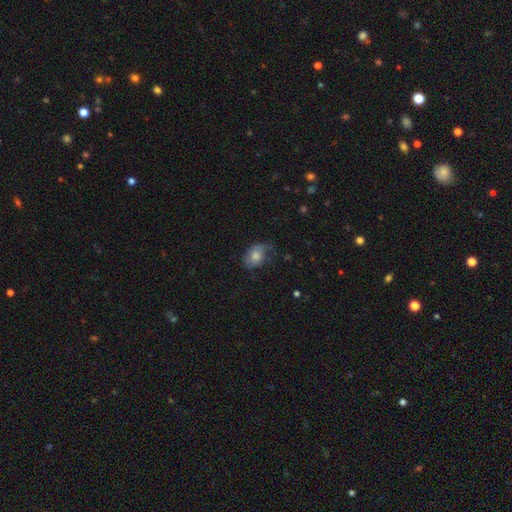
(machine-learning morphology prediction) This is likely a smooth galaxy (69%). How rounded: likely in between (70%). Merging: possibly none (46%).